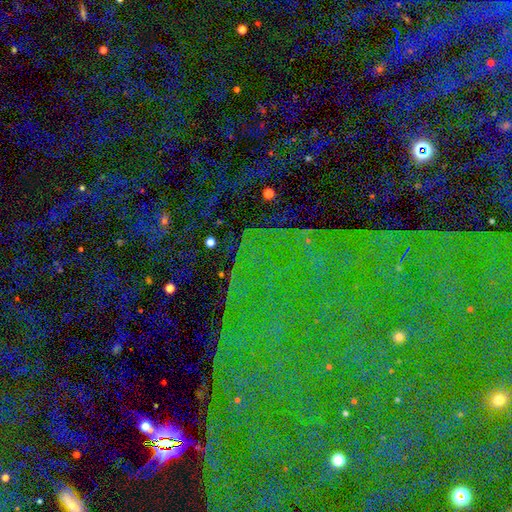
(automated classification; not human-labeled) Morphology: type=star or artifact (83%).